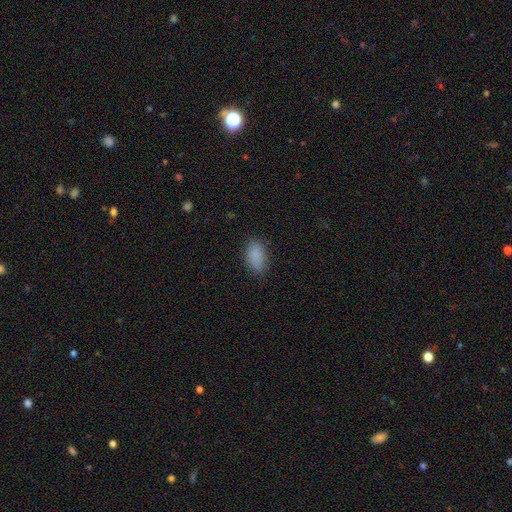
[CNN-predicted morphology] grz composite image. It shows a smooth galaxy with no disk features (87%) that is in between round and cigar-shaped (92%). Merging: none (81%).